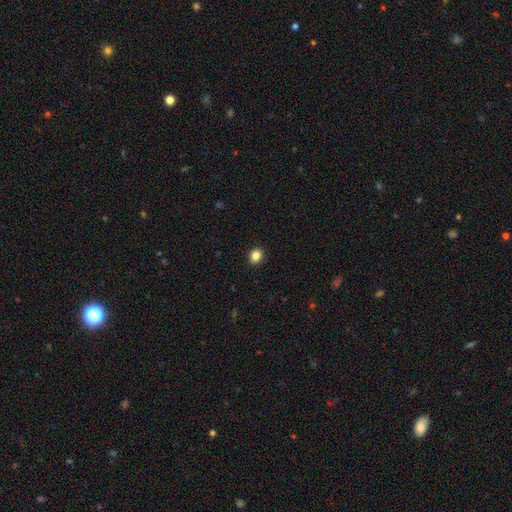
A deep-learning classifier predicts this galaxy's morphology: Smooth or featured? smooth (85%)
How rounded? round (63%)
Merging? none (92%)